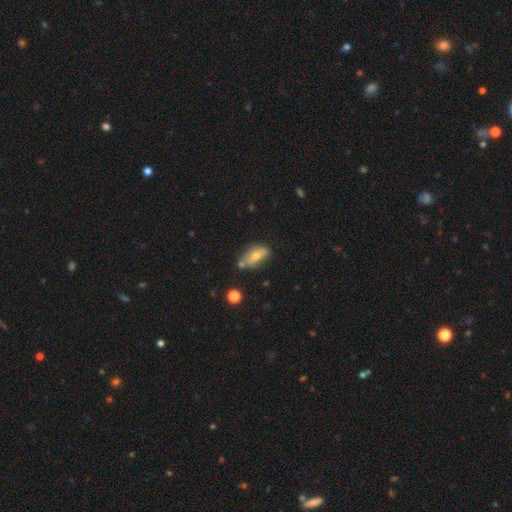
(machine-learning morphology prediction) smooth 50%, featured or disk 39%, star or artifact 12%. Down the decision tree: merging — none (56%).